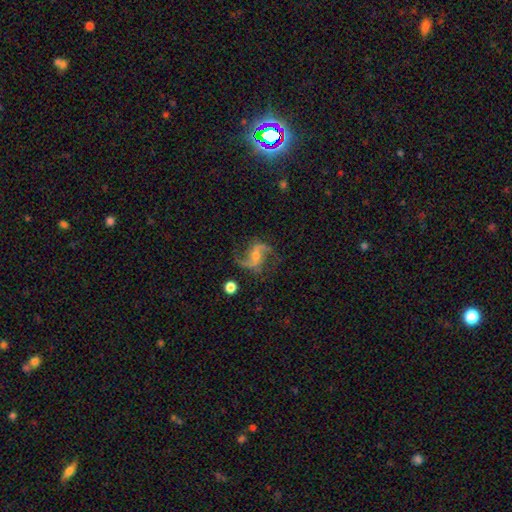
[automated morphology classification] Q: Smooth or featured?
A: featured or disk (89%); runner-up: star or artifact (6%)
Q: Edge-on disk?
A: no (98%); runner-up: yes (2%)
Q: Bar?
A: weak (41%); runner-up: no (40%)
Q: Spiral arms?
A: yes (97%); runner-up: no (3%)
Q: Spiral winding?
A: loose (67%); runner-up: medium (28%)
Q: Spiral arm count?
A: 2 (93%); runner-up: can't tell (2%)
Q: Bulge size?
A: small (47%); runner-up: moderate (42%)
Q: Merging?
A: none (75%); runner-up: minor disturbance (15%)